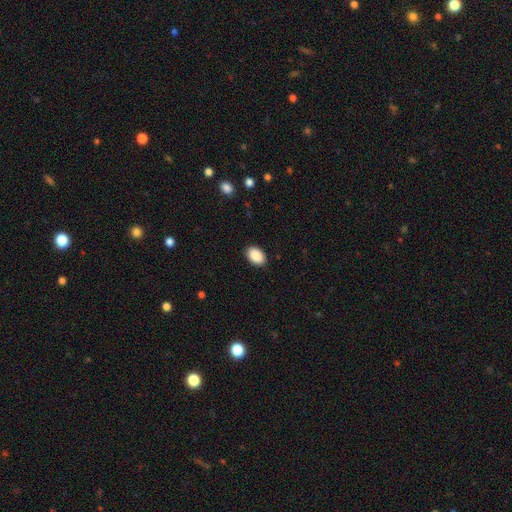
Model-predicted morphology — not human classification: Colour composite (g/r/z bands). It shows a smooth galaxy with no disk features (90%) that is in between round and cigar-shaped (89%). Merging: none (89%).